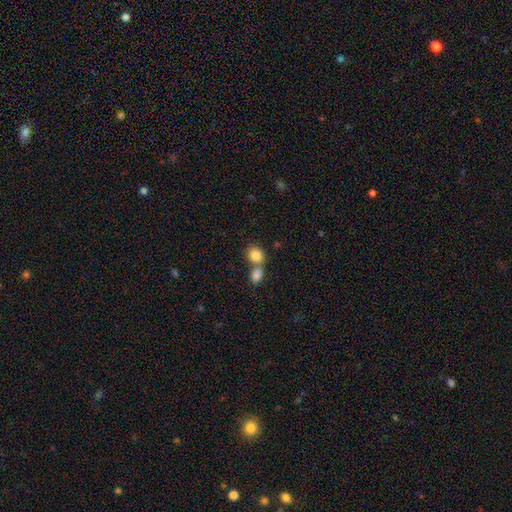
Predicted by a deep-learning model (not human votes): A smooth galaxy with no disk features (84%) that is round (61%).

Vote fractions:
- Smooth or featured? smooth: 84% / star or artifact: 9% / featured or disk: 7%
- How rounded? round: 61% / in between: 37% / cigar-shaped: 1%
- Merging? merger: 50% / none: 40% / minor disturbance: 7% / major disturbance: 3%